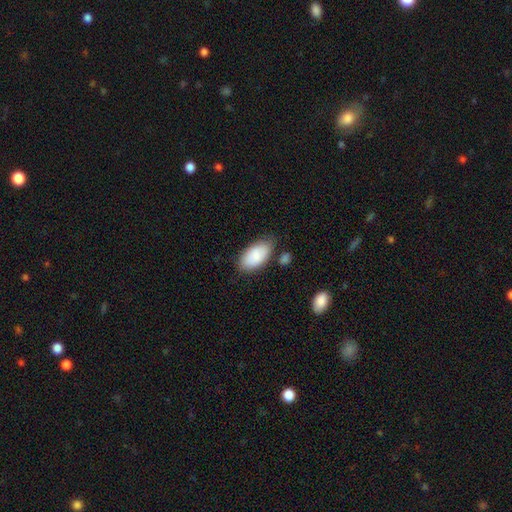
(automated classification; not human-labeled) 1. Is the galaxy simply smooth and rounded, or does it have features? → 85% smooth, 9% featured or disk, 6% star or artifact.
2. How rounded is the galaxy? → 95% in between, 3% cigar-shaped, 3% round.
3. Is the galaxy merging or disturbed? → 72% none, 19% minor disturbance, 5% merger, 4% major disturbance.